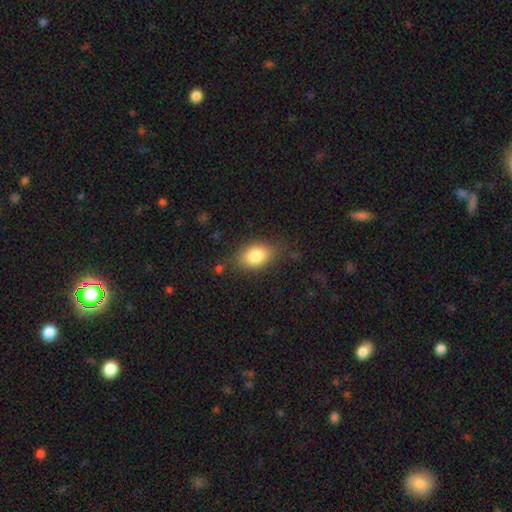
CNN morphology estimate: smooth_or_featured: smooth (p=0.81) [alt: featured or disk p=0.10]
how_rounded: in between (p=0.81) [alt: round p=0.17]
merging: none (p=0.75) [alt: minor disturbance p=0.18]